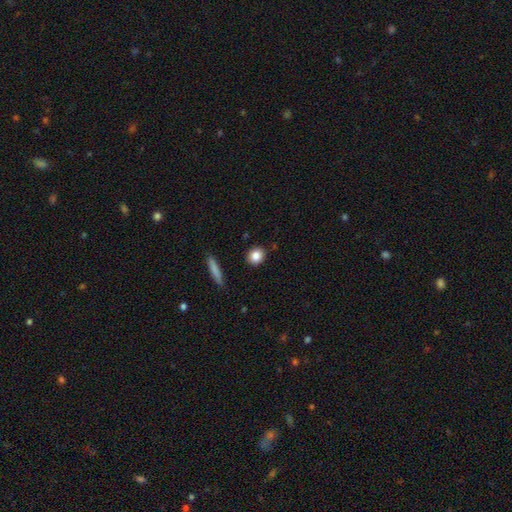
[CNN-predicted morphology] Overall: smooth (84%). How rounded: round (76%). Merging: none (89%).